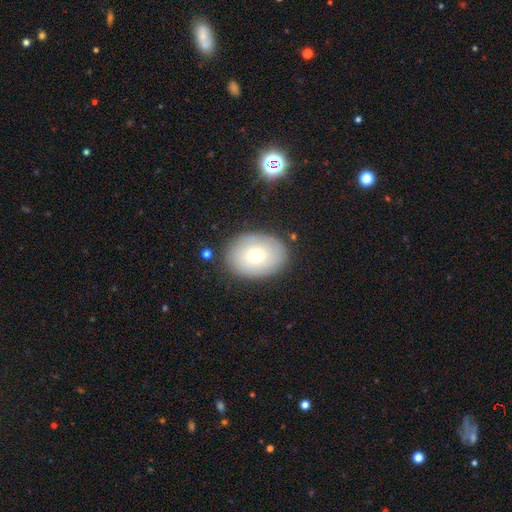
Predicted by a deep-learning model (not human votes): A smooth galaxy with no disk features (65%) that is in between round and cigar-shaped (66%). Merging: none (84%).